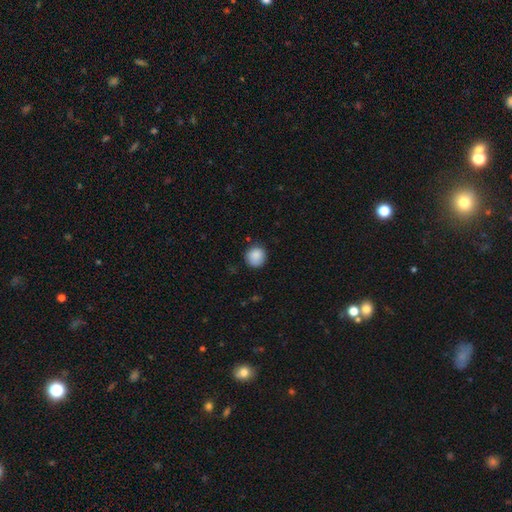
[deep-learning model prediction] The model was most divided on "merging": none: 82%, minor disturbance: 14%, major disturbance: 3%, merger: 1%. More confident: how rounded — round (90%); smooth or featured — smooth (88%).